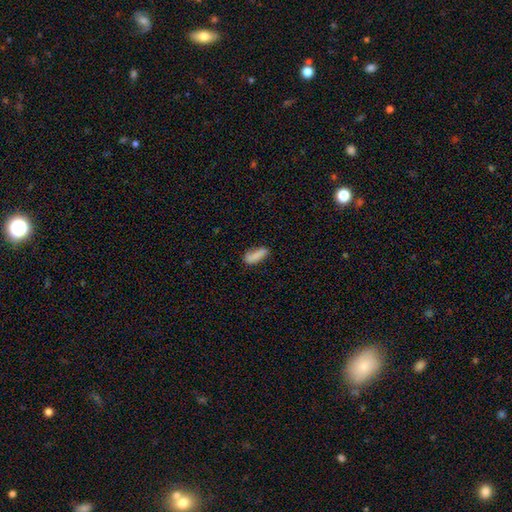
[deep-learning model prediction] Morphology: type=smooth (84%); roundness=in between (65%); merging=none (64%).